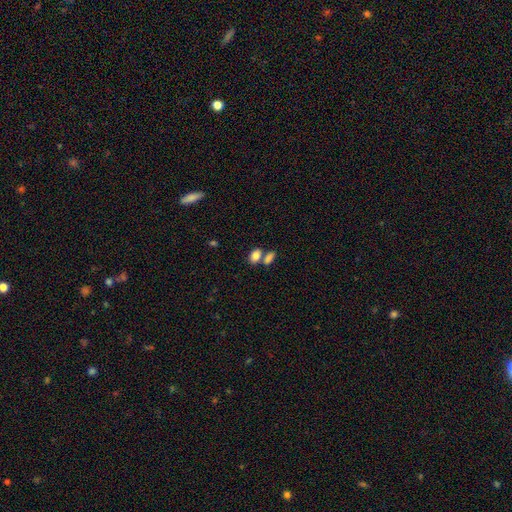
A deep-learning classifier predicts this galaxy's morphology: This appears to be a smooth galaxy with no disk features (84%) that is in between round and cigar-shaped (86%). Merging: none (48%).